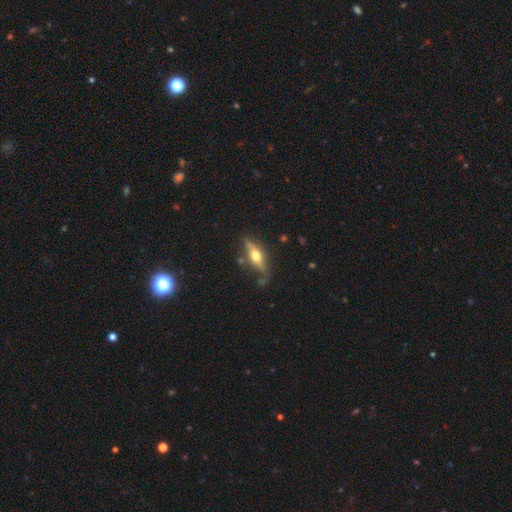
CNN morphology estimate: A featured or disk galaxy (58%) viewed edge-on (90%) with a rounded central bulge (94%). Merging: none (75%).